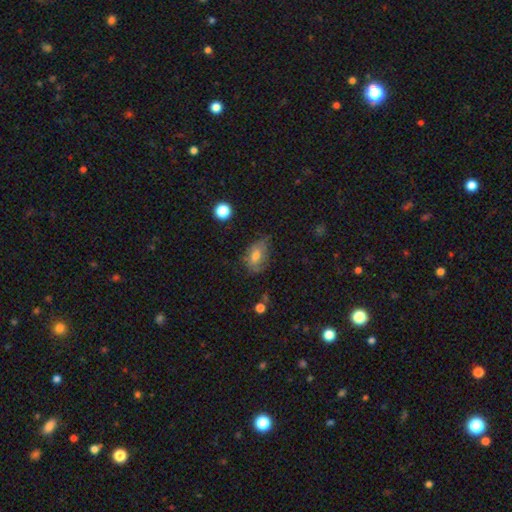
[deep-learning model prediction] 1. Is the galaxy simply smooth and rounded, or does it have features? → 62% smooth, 28% featured or disk, 10% star or artifact.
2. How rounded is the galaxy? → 84% in between, 13% round, 3% cigar-shaped.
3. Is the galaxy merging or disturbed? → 55% none, 32% minor disturbance, 11% major disturbance, 2% merger.